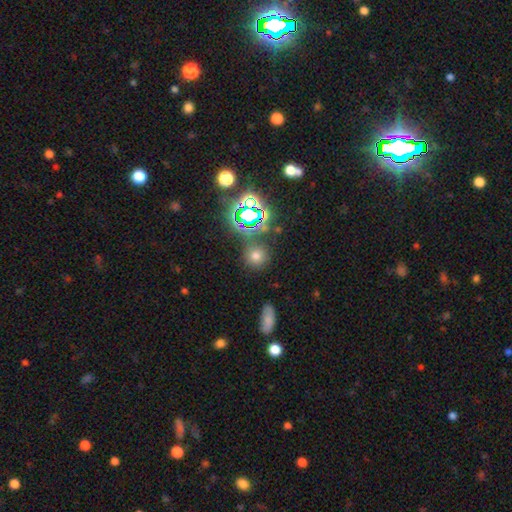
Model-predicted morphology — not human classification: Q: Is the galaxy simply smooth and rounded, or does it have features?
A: smooth — 66%.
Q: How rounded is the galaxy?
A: round — 89%.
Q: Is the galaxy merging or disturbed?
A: none — 78%.